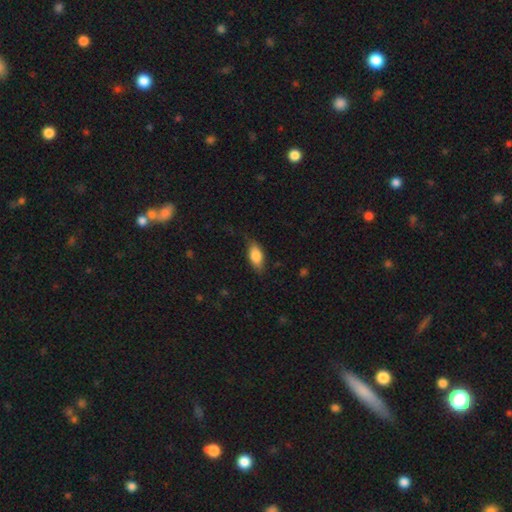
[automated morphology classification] Smooth or featured?
  - smooth: 82% *
  - featured or disk: 11%
  - star or artifact: 7%
How rounded?
  - in between: 88% *
  - cigar-shaped: 9%
  - round: 3%
Merging?
  - none: 78% *
  - minor disturbance: 17%
  - major disturbance: 4%
  - merger: 1%